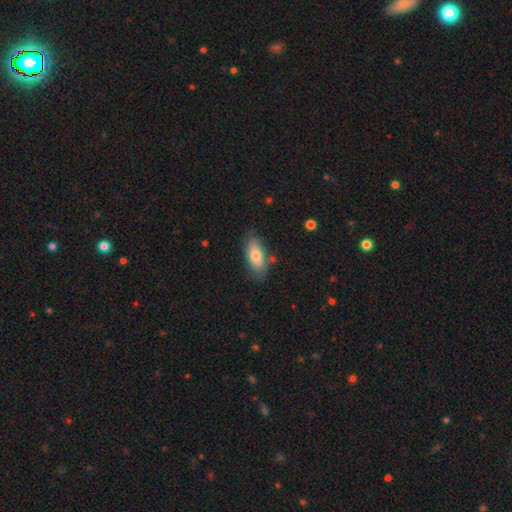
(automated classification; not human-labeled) Smooth or featured? smooth (72%)
How rounded? in between (87%)
Merging? none (73%)